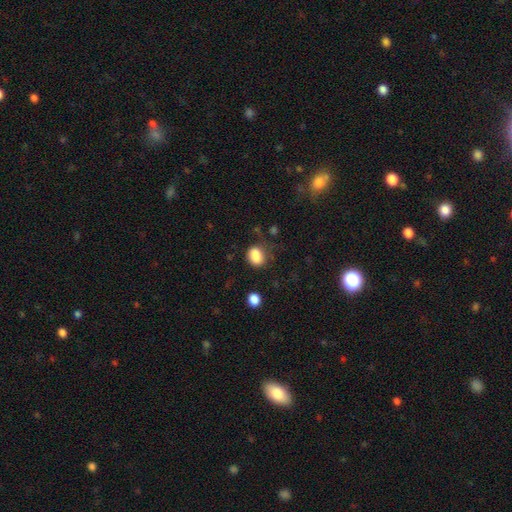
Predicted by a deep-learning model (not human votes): smooth_or_featured: smooth (p=0.84) [alt: star or artifact p=0.10]
how_rounded: in between (p=0.60) [alt: round p=0.39]
merging: none (p=0.56) [alt: minor disturbance p=0.26]